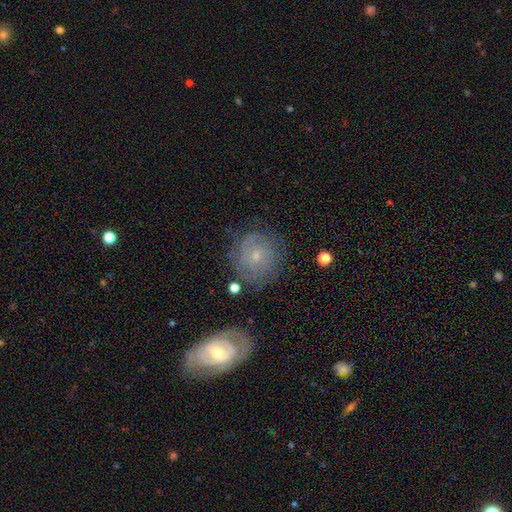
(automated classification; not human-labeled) Smooth or featured? featured or disk (58%)
Edge-on disk? no (95%)
Bar? no (77%)
Spiral arms? yes (85%)
Bulge size? small (72%)
Merging? none (77%)